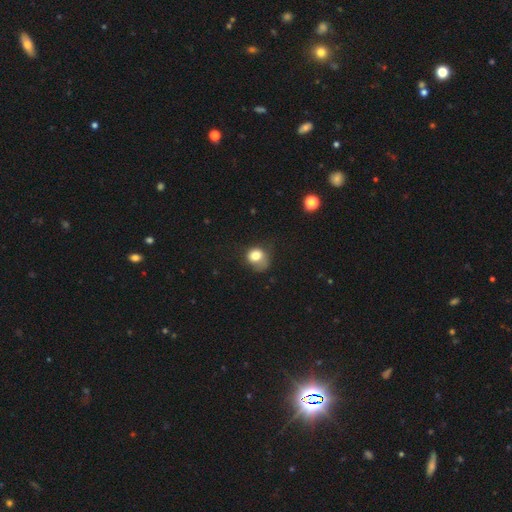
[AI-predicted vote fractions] A smooth galaxy with no disk features (77%) that is round (66%).

Vote fractions:
- Smooth or featured? smooth: 77% / featured or disk: 13% / star or artifact: 10%
- How rounded? round: 66% / in between: 33% / cigar-shaped: 1%
- Merging? none: 38% / minor disturbance: 33% / major disturbance: 26% / merger: 3%